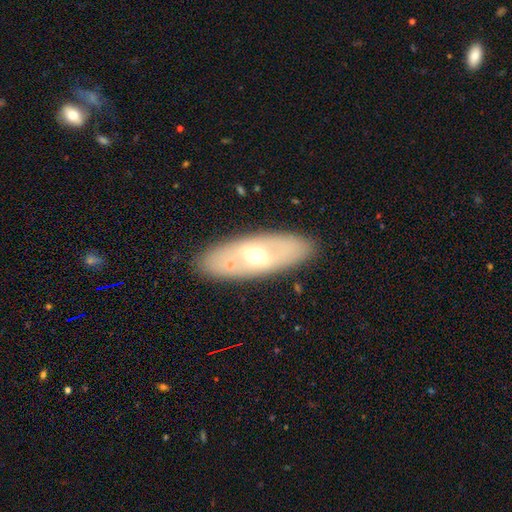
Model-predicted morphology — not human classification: smooth_or_featured: featured or disk (p=0.51) [alt: smooth p=0.42]
disk_edge_on: no (p=0.74) [alt: yes p=0.26]
merging: none (p=0.83) [alt: minor disturbance p=0.10]